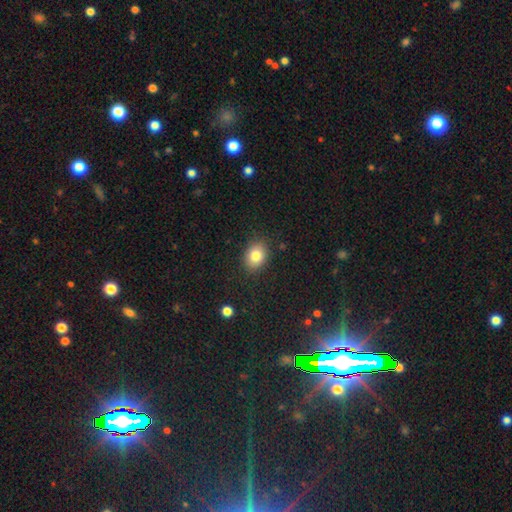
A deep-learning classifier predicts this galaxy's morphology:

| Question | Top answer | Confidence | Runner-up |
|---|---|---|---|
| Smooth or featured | smooth | 82% | star or artifact (10%) |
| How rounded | in between | 57% | round (43%) |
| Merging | none | 87% | minor disturbance (10%) |